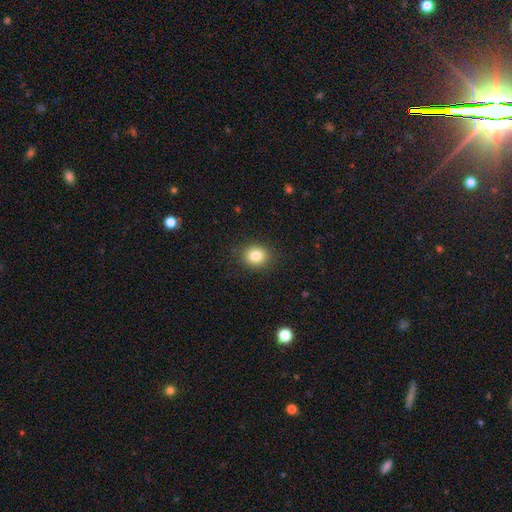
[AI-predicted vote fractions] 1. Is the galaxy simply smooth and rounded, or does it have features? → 83% smooth, 11% star or artifact, 6% featured or disk.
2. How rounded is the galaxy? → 70% round, 29% in between, 1% cigar-shaped.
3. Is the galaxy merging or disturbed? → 88% none, 8% minor disturbance, 3% major disturbance, 1% merger.